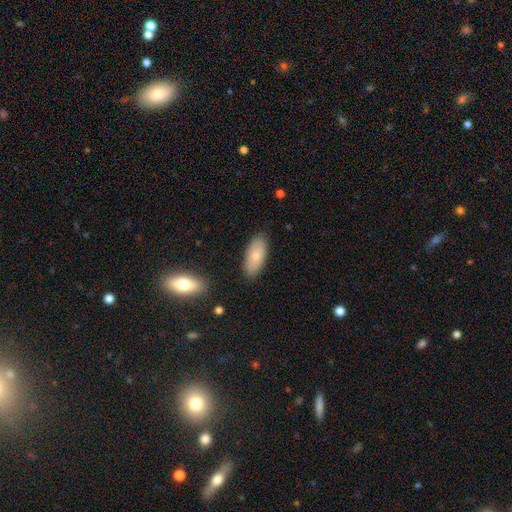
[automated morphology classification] The model was most divided on "smooth or featured": smooth: 80%, featured or disk: 14%, star or artifact: 6%. More confident: how rounded — in between (87%); merging — none (85%).